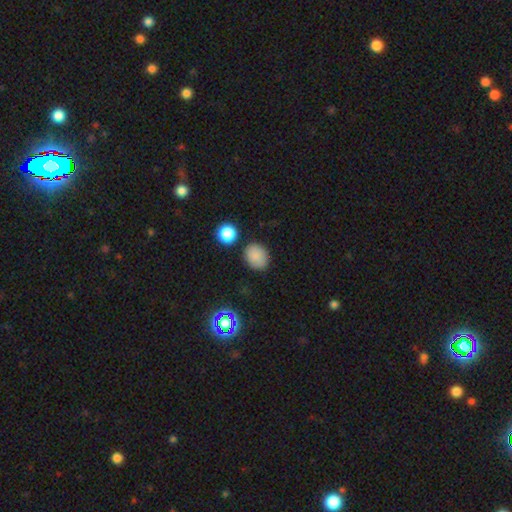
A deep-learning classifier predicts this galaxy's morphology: smooth-or-featured: smooth: 84% | star or artifact: 11% | featured or disk: 5%
  how-rounded: round: 53% | in between: 46% | cigar-shaped: 1%
  merging: none: 84% | minor disturbance: 10% | merger: 3% | major disturbance: 3%